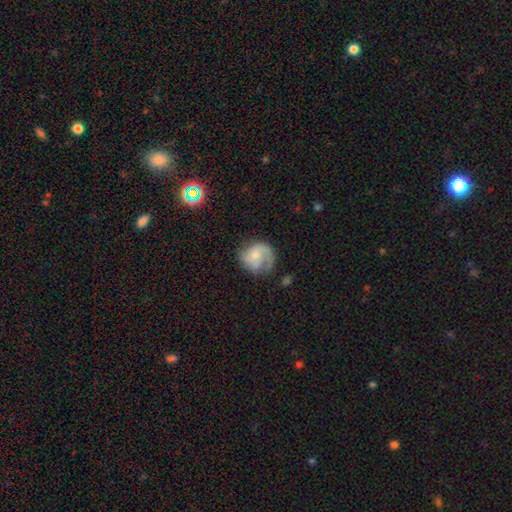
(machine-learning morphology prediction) Smooth or featured?
  - featured or disk: 55% *
  - smooth: 38%
  - star or artifact: 8%
Edge-on disk?
  - no: 98% *
  - yes: 2%
Bar?
  - no: 69% *
  - weak: 27%
  - strong: 4%
Spiral arms?
  - yes: 86% *
  - no: 14%
Bulge size?
  - small: 42% *
  - moderate: 29%
  - none: 20%
  - large: 7%
  - dominant: 2%
Merging?
  - none: 52% *
  - minor disturbance: 25%
  - major disturbance: 21%
  - merger: 3%